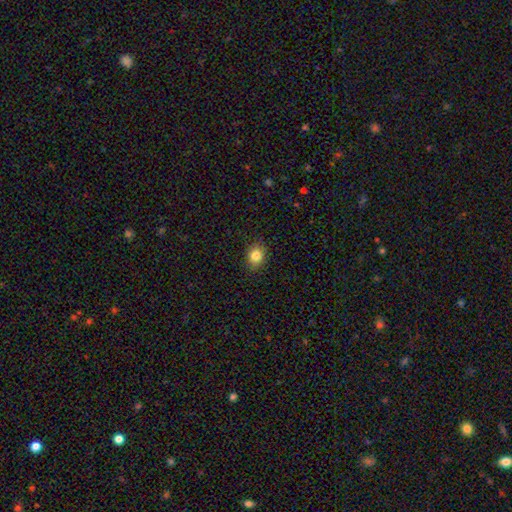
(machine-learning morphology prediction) Smooth or featured: smooth — 83% (star or artifact — 10%)
How rounded: round — 55% (in between — 44%)
Merging: none — 88% (minor disturbance — 9%)